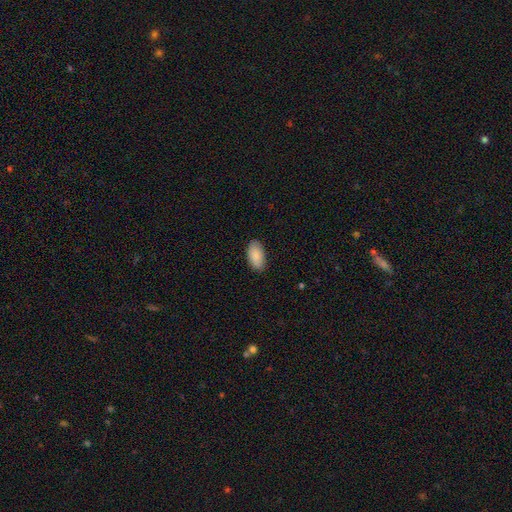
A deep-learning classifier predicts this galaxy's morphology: Smooth or featured? smooth (89%)
How rounded? in between (95%)
Merging? none (85%)